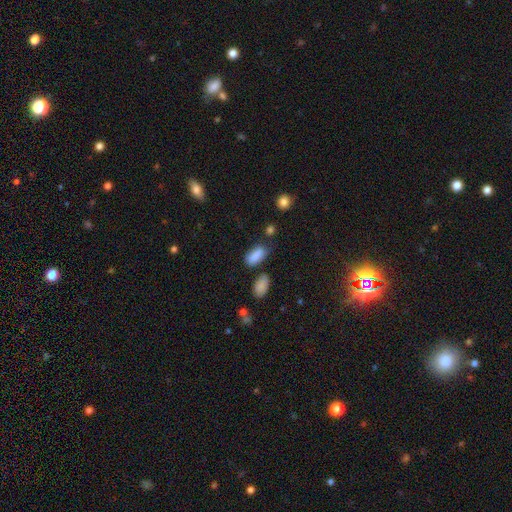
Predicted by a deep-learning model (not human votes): smooth_or_featured: smooth (p=0.86) [alt: star or artifact p=0.09]
how_rounded: in between (p=0.89) [alt: cigar-shaped p=0.08]
merging: none (p=0.68) [alt: minor disturbance p=0.19]